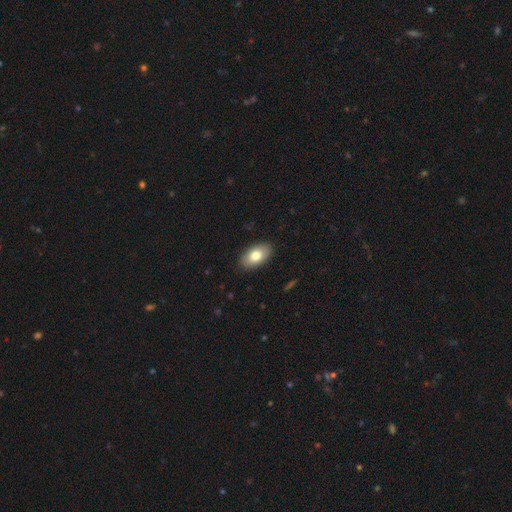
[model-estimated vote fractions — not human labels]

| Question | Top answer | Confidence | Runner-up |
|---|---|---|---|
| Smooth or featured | smooth | 78% | featured or disk (16%) |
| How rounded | in between | 94% | round (5%) |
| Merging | none | 89% | minor disturbance (8%) |